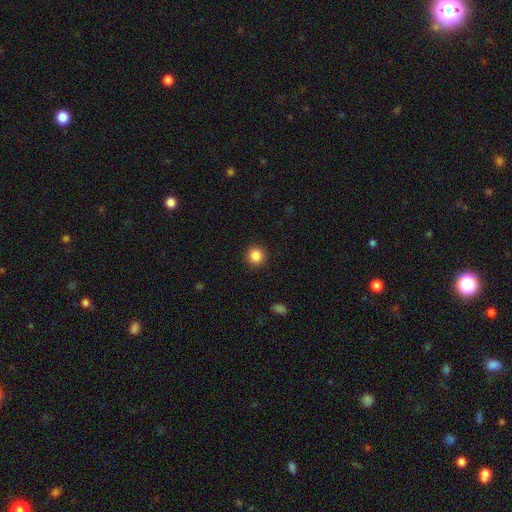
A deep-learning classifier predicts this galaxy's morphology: This appears to be a smooth galaxy with no disk features (86%) that is round (95%). Merging: none (92%).